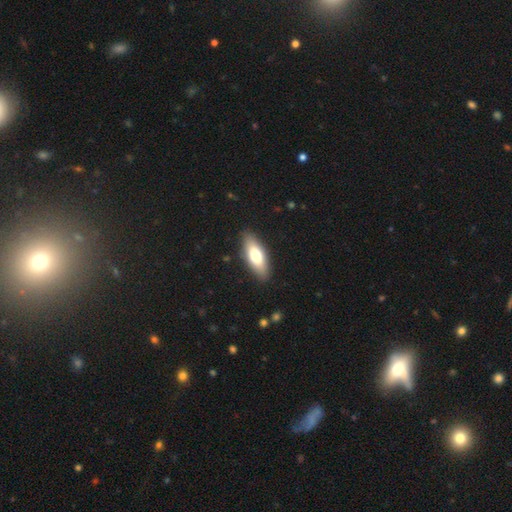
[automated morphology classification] smooth-or-featured: smooth: 70% | featured or disk: 24% | star or artifact: 6%
  how-rounded: in between: 70% | cigar-shaped: 27% | round: 2%
  merging: none: 88% | minor disturbance: 9% | major disturbance: 2% | merger: 1%